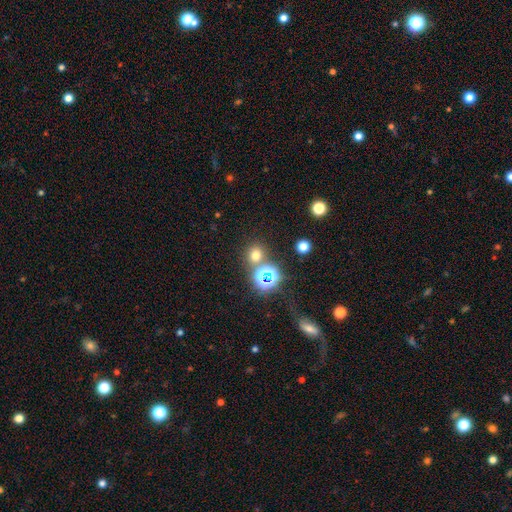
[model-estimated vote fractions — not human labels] Smooth or featured? smooth (63%)
How rounded? round (85%)
Merging? none (76%)